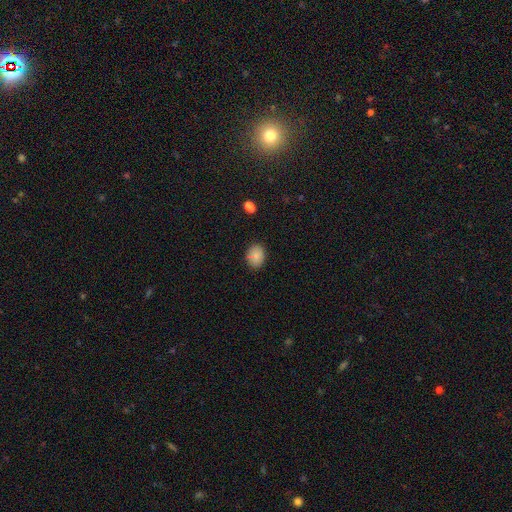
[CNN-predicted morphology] Smooth or featured? smooth (86%)
How rounded? in between (62%)
Merging? none (86%)